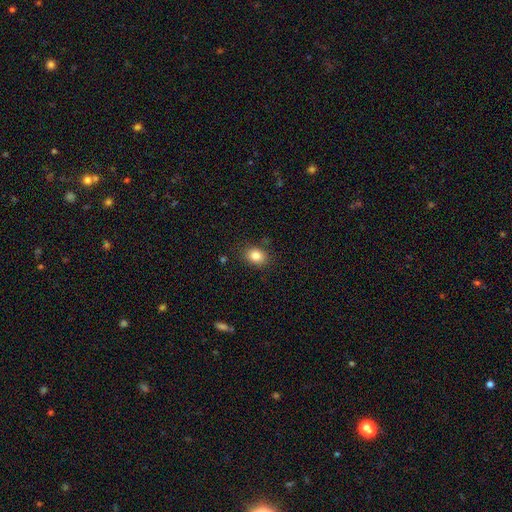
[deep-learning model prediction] Smooth or featured?
  - smooth: 84% *
  - star or artifact: 10%
  - featured or disk: 6%
How rounded?
  - in between: 61% *
  - round: 38%
  - cigar-shaped: 1%
Merging?
  - none: 84% *
  - minor disturbance: 11%
  - major disturbance: 3%
  - merger: 2%